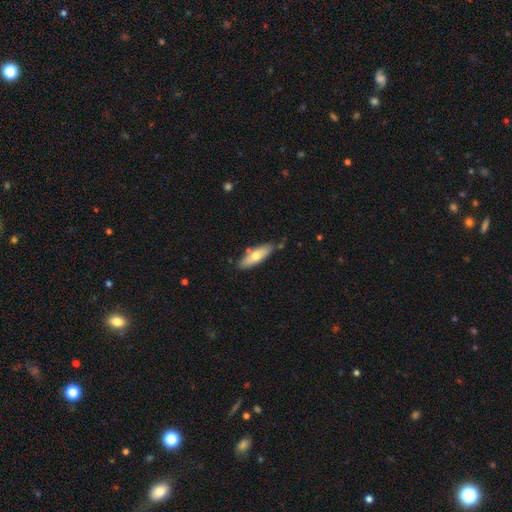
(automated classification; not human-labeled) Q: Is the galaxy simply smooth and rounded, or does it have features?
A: smooth — 64%.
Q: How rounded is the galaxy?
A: in between — 54%.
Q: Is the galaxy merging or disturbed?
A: none — 75%.